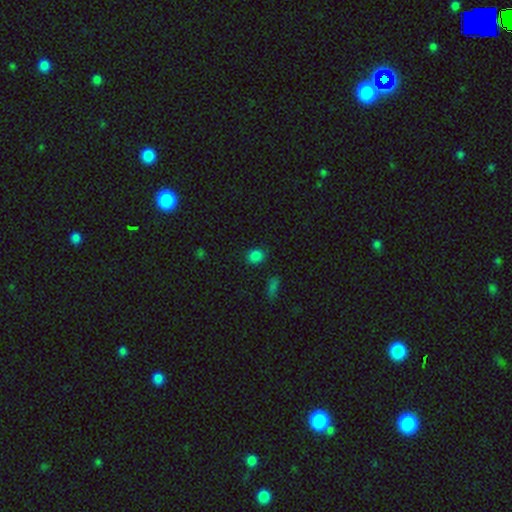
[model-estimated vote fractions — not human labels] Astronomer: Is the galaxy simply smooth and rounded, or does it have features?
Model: smooth — 82%.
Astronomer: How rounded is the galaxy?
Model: round — 60% (runner-up: in between, 38%).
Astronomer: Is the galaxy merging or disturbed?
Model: none — 84%.